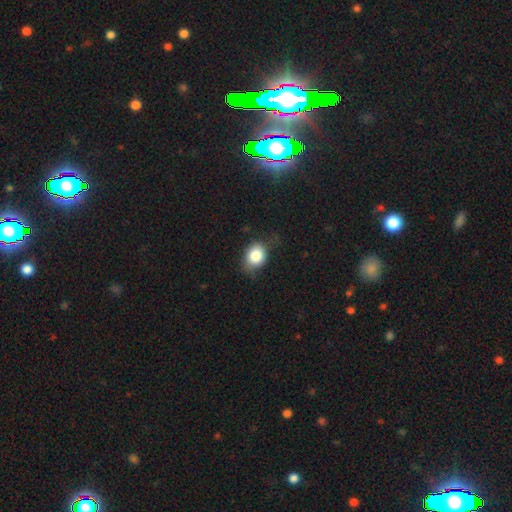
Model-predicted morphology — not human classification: smooth 81%, featured or disk 10%, star or artifact 9%. Down the decision tree: how rounded — in between (52%); merging — none (64%).